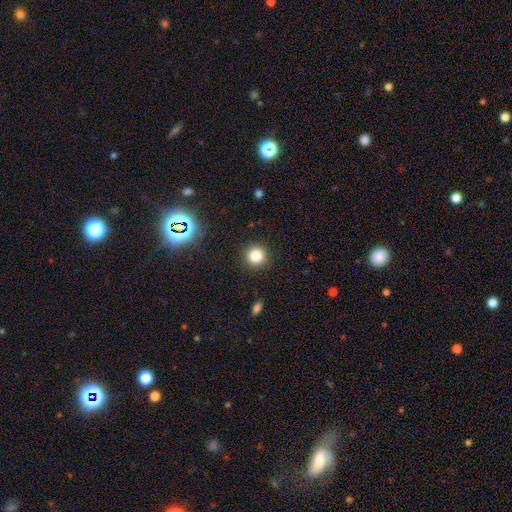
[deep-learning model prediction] This appears to be a smooth galaxy with no disk features (82%) that is round (94%). Merging: none (90%).